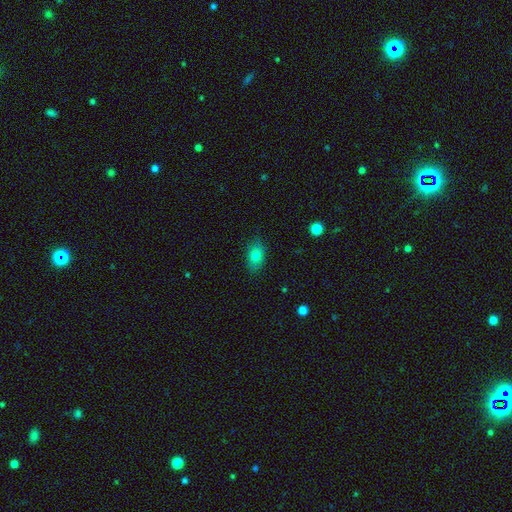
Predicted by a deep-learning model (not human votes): Smooth or featured? Predicted: smooth (p=0.79). How rounded? Predicted: in between (p=0.83). Merging? Predicted: none (p=0.83).